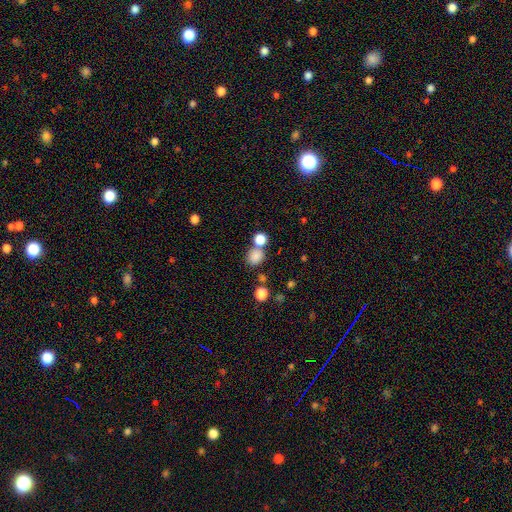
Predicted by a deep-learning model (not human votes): Q: Smooth or featured?
A: smooth (82%); runner-up: star or artifact (12%)
Q: How rounded?
A: round (75%); runner-up: in between (24%)
Q: Merging?
A: none (59%); runner-up: merger (26%)